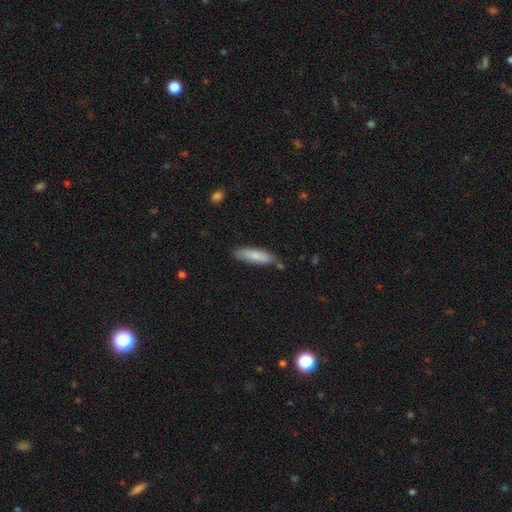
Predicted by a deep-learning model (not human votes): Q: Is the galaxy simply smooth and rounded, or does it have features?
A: smooth — 79%.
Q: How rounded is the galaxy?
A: cigar-shaped — 57%.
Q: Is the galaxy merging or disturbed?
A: none — 77%.